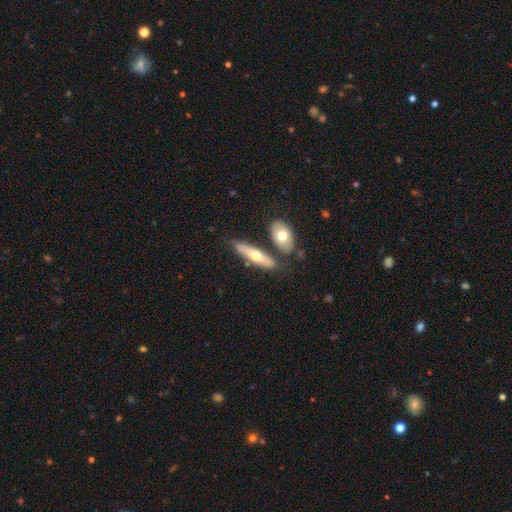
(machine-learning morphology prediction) Q: Smooth or featured?
A: smooth (52%); runner-up: featured or disk (43%)
Q: How rounded?
A: cigar-shaped (57%); runner-up: in between (40%)
Q: Merging?
A: none (65%); runner-up: merger (17%)